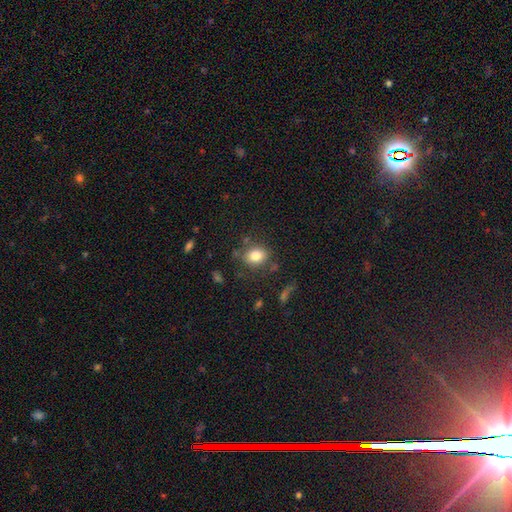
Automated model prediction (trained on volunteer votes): This appears to be a smooth galaxy with no disk features (81%) that is round (52%). Merging: none (77%).